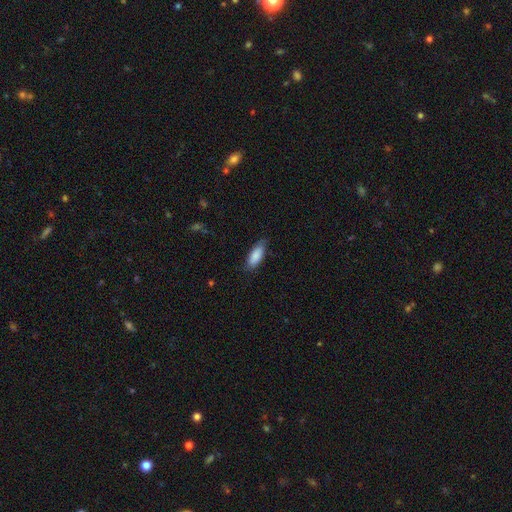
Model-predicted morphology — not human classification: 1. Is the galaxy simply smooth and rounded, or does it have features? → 85% smooth, 9% featured or disk, 6% star or artifact.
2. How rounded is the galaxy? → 73% in between, 25% cigar-shaped, 2% round.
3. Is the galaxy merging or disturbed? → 72% none, 22% minor disturbance, 4% major disturbance, 1% merger.